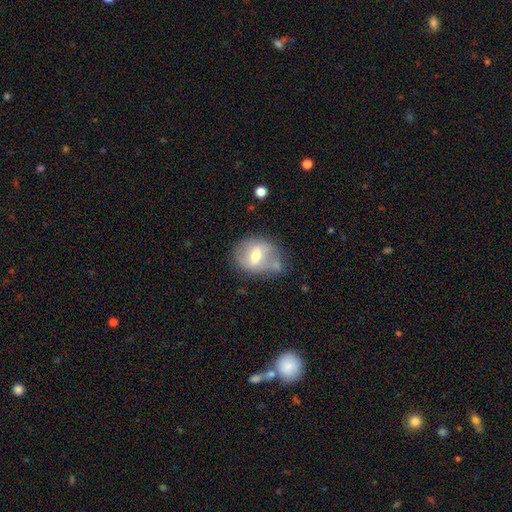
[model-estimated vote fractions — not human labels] Overall: featured or disk (50%; smooth 43%). Merging: none (54%; minor disturbance 25%).